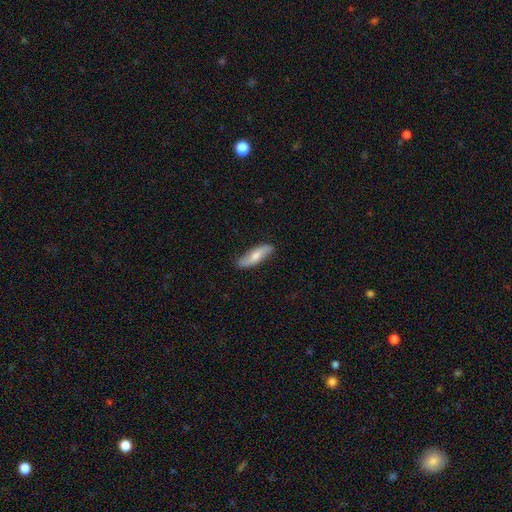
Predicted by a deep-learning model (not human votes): Smooth or featured? Predicted: smooth (p=0.52). How rounded? Predicted: in between (p=0.52). Merging? Predicted: none (p=0.83).